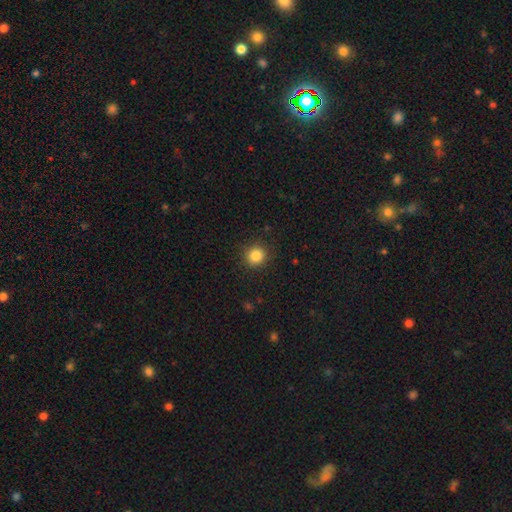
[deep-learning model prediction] smooth 84%, star or artifact 11%, featured or disk 5%. Down the decision tree: how rounded — round (91%); merging — none (90%).